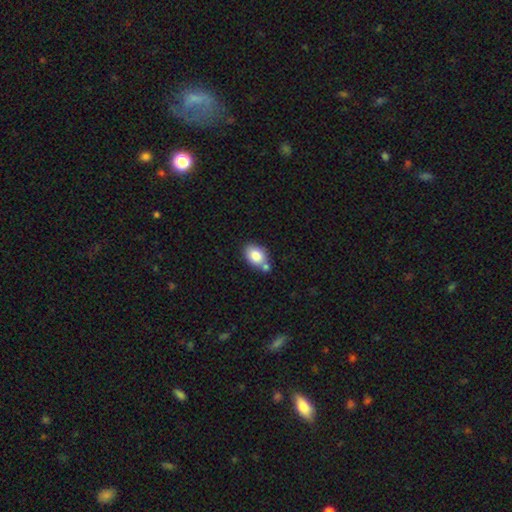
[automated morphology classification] The model was most divided on "merging": none: 59%, merger: 22%, minor disturbance: 15%, major disturbance: 4%. More confident: smooth or featured — smooth (83%); how rounded — in between (79%).